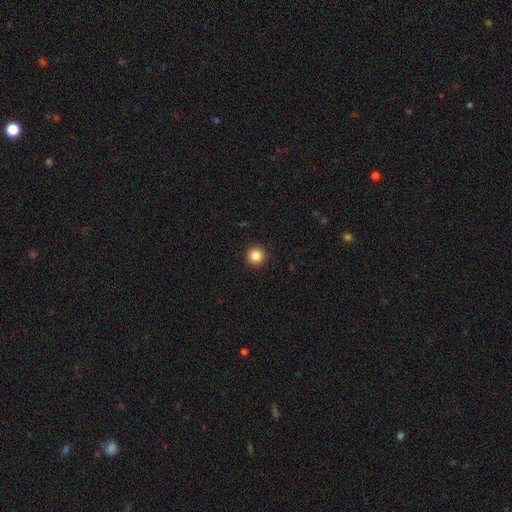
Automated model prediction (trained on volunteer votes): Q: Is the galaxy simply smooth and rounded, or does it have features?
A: smooth — 86%.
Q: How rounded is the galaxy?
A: round — 95%.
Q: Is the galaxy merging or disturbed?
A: none — 93%.